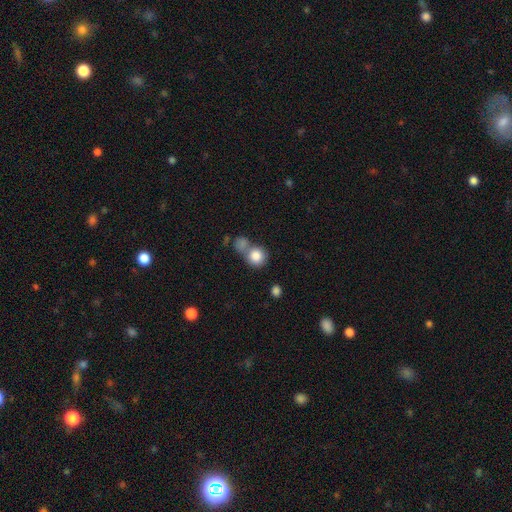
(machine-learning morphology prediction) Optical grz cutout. It shows a smooth galaxy with no disk features (84%) that is round (85%). Merging: none (42%, tied with merger).